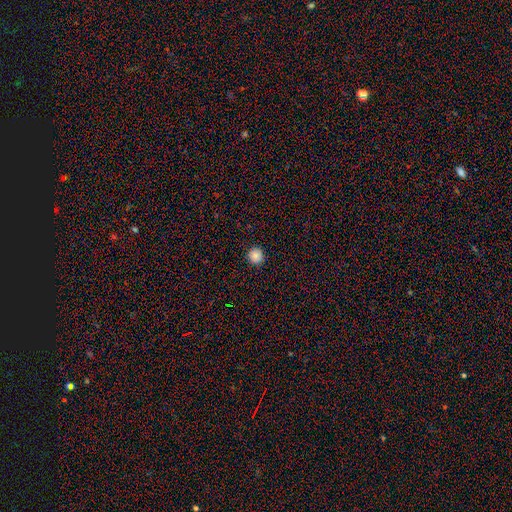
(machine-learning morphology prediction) Smooth or featured?
  - smooth: 83% *
  - star or artifact: 11%
  - featured or disk: 6%
How rounded?
  - round: 94% *
  - in between: 5%
  - cigar-shaped: 1%
Merging?
  - none: 92% *
  - minor disturbance: 6%
  - major disturbance: 2%
  - merger: 1%